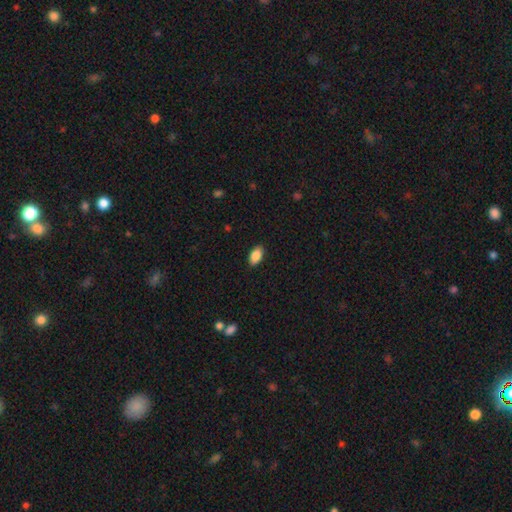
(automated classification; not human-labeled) This appears to be a smooth galaxy with no disk features (87%) that is in between round and cigar-shaped (93%). Merging: none (89%).